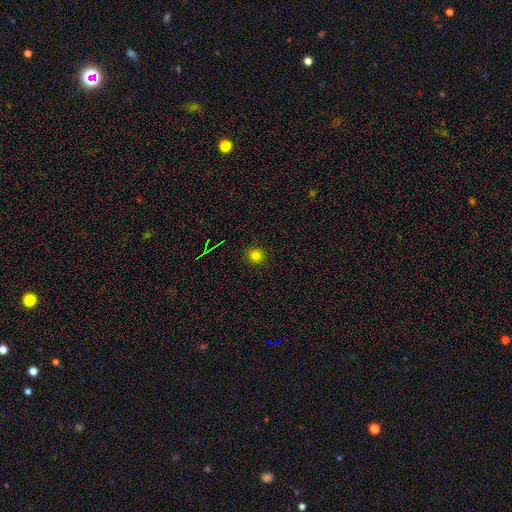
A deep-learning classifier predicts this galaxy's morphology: Smooth or featured: smooth — 78% (star or artifact — 17%)
How rounded: round — 91% (in between — 8%)
Merging: none — 90% (minor disturbance — 7%)